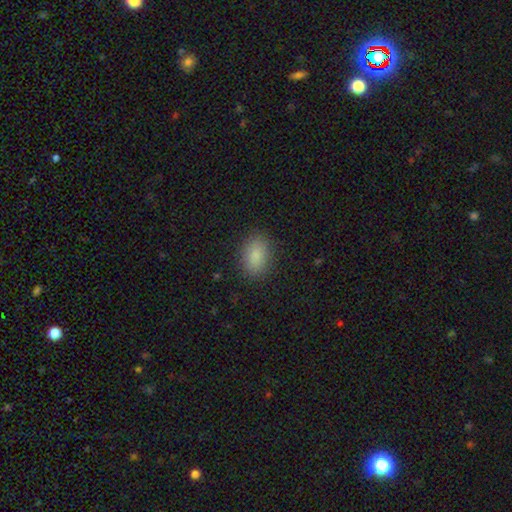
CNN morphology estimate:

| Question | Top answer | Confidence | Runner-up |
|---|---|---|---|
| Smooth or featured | smooth | 88% | star or artifact (8%) |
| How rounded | in between | 83% | round (15%) |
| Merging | none | 87% | minor disturbance (9%) |